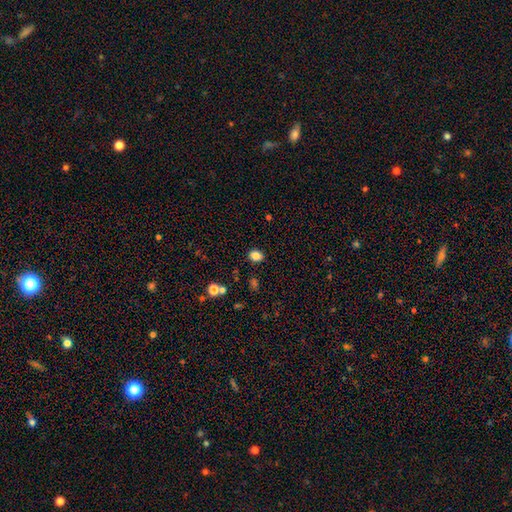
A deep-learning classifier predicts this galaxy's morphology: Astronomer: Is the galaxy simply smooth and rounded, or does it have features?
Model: smooth — 84%.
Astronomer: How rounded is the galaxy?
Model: in between — 51% (runner-up: round, 48%).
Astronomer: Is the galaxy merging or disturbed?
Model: none — 89%.